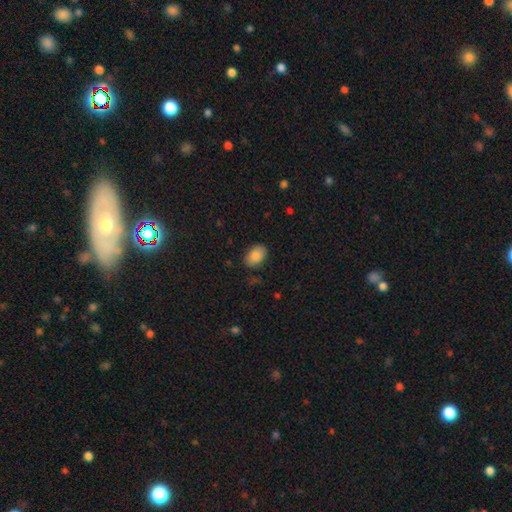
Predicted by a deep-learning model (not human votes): A smooth galaxy with no disk features (87%) that is in between round and cigar-shaped (88%). Merging: none (86%).